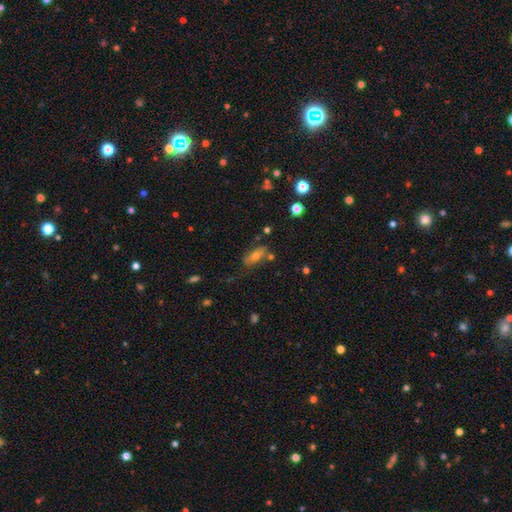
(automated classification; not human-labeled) Q: Smooth or featured?
A: smooth (59%); runner-up: featured or disk (28%)
Q: How rounded?
A: in between (78%); runner-up: cigar-shaped (14%)
Q: Merging?
A: none (63%); runner-up: minor disturbance (22%)